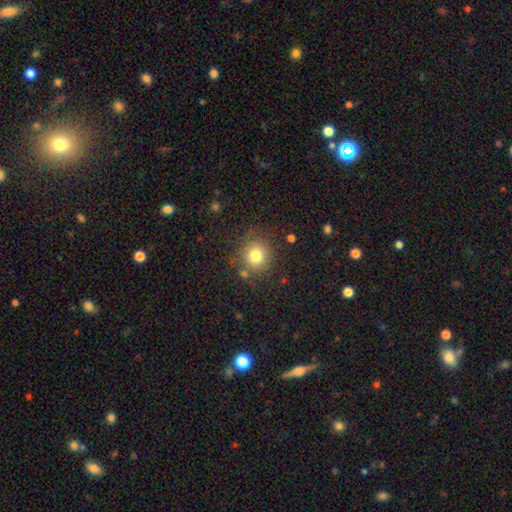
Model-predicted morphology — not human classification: Smooth or featured? smooth (79%)
How rounded? round (88%)
Merging? none (79%)